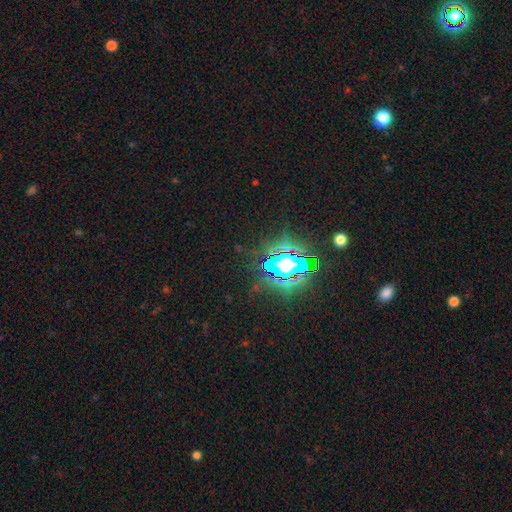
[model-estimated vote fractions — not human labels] Q: Smooth or featured?
A: star or artifact (84%); runner-up: smooth (9%)